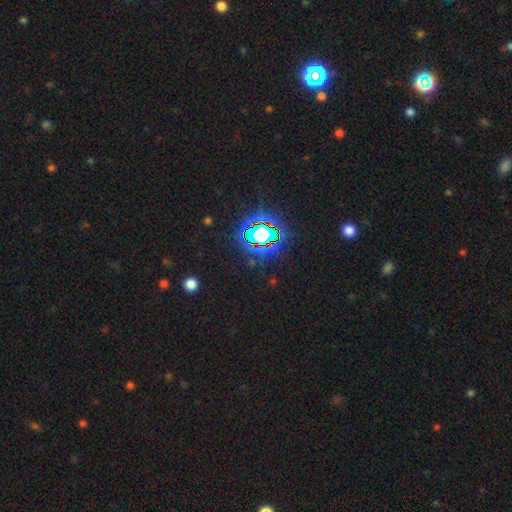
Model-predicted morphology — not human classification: The model was most divided on "smooth or featured": star or artifact: 82%, smooth: 11%, featured or disk: 6%.